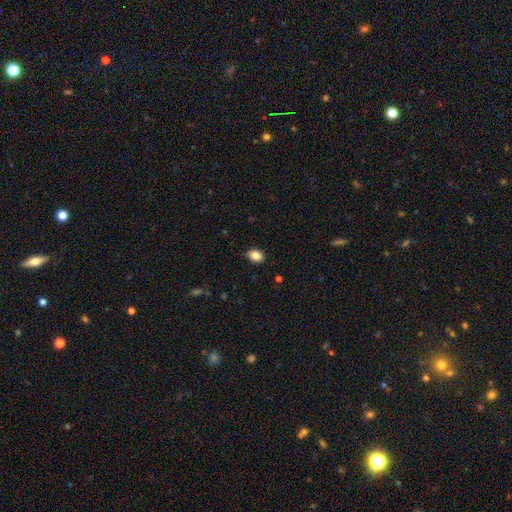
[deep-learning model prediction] smooth-or-featured: smooth: 86% | star or artifact: 8% | featured or disk: 5%
  how-rounded: in between: 79% | round: 20% | cigar-shaped: 1%
  merging: none: 85% | minor disturbance: 12% | major disturbance: 2% | merger: 1%